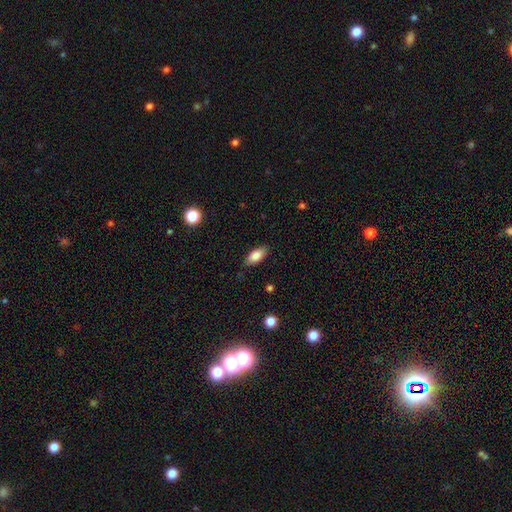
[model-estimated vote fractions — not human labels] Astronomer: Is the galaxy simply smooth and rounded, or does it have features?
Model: smooth — 83%.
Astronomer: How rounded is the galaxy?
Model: in between — 86%.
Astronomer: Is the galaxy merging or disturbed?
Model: none — 86%.